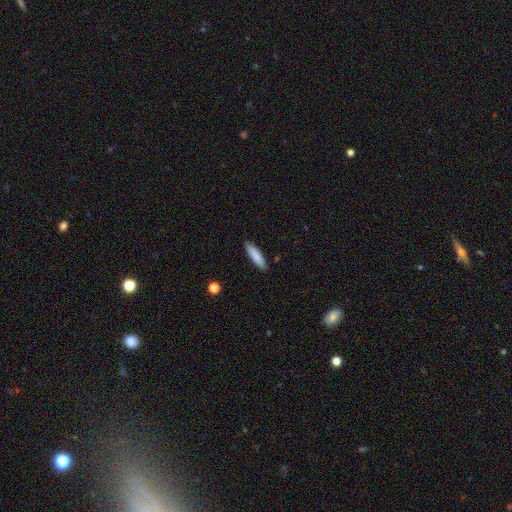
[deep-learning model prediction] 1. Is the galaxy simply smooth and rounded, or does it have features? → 86% smooth, 8% featured or disk, 6% star or artifact.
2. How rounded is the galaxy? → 73% cigar-shaped, 26% in between, 1% round.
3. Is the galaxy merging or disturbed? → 89% none, 8% minor disturbance, 2% major disturbance, 1% merger.